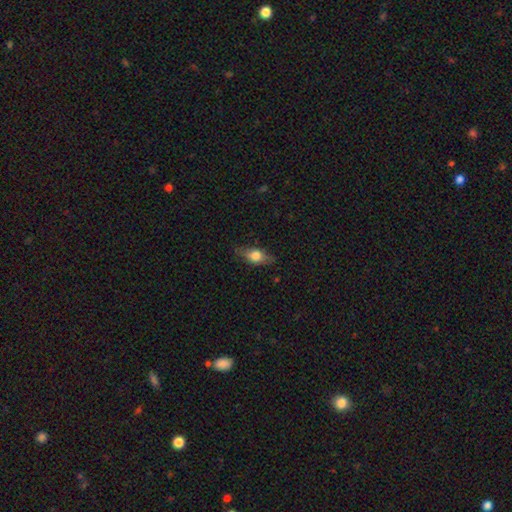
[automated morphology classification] Smooth or featured?
  - smooth: 62% *
  - featured or disk: 30%
  - star or artifact: 8%
How rounded?
  - in between: 71% *
  - cigar-shaped: 18%
  - round: 10%
Merging?
  - none: 78% *
  - minor disturbance: 17%
  - major disturbance: 4%
  - merger: 1%